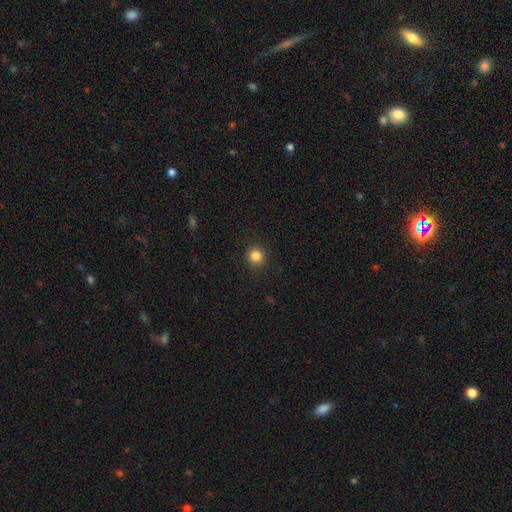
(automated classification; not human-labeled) smooth 84%, star or artifact 12%, featured or disk 4%. Down the decision tree: how rounded — round (93%); merging — none (91%).